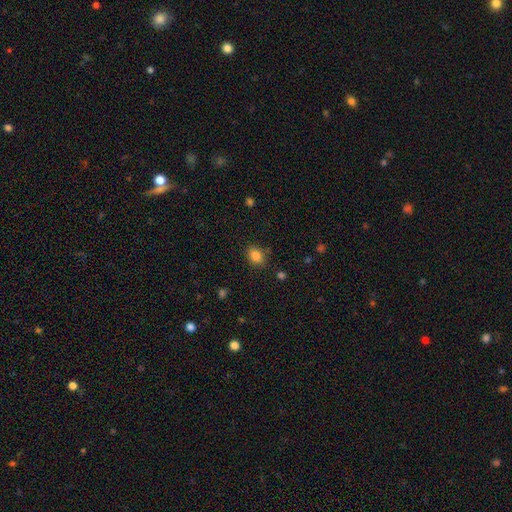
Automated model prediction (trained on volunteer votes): Smooth or featured? smooth (85%)
How rounded? in between (69%)
Merging? none (82%)